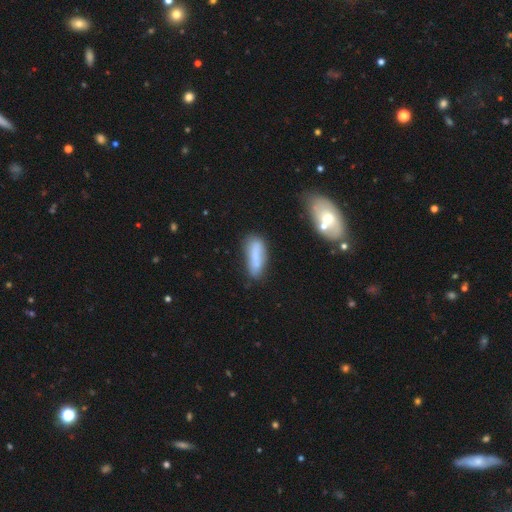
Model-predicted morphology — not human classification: A smooth galaxy with no disk features (70%) that is cigar-shaped (54%).

Vote fractions:
- Smooth or featured? smooth: 70% / featured or disk: 21% / star or artifact: 9%
- How rounded? cigar-shaped: 54% / in between: 44% / round: 2%
- Merging? none: 58% / minor disturbance: 24% / merger: 9% / major disturbance: 8%